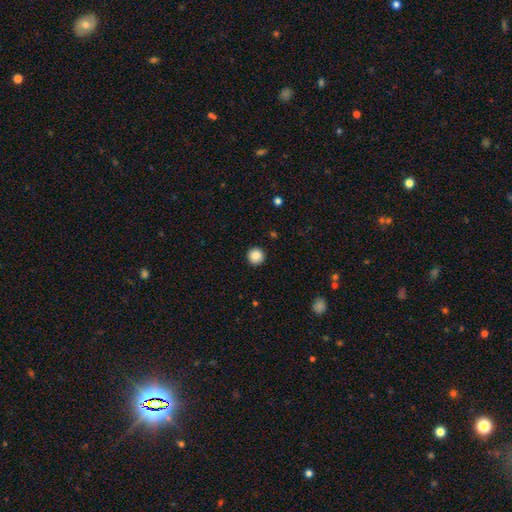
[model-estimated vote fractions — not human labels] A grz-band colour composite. It shows a smooth galaxy with no disk features (87%) that is round (96%). Merging: none (93%).